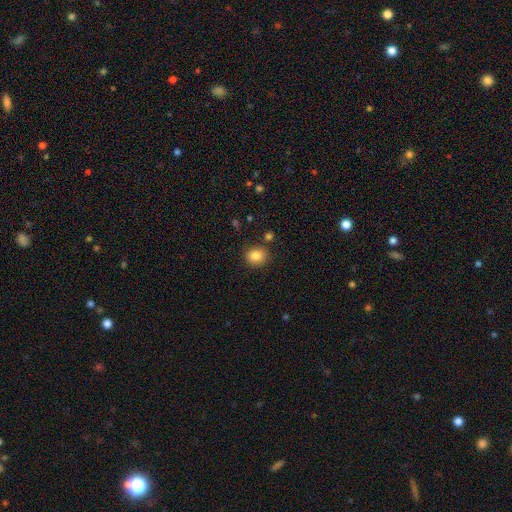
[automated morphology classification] The model was most divided on "how rounded": round: 67%, in between: 32%, cigar-shaped: 1%. More confident: smooth or featured — smooth (85%); merging — none (83%).